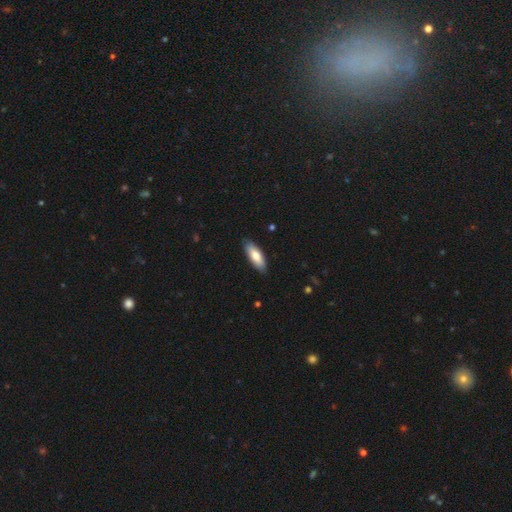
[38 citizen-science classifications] Smooth or featured? smooth (71%)
How rounded? in between (67%)
Merging? none (81%)